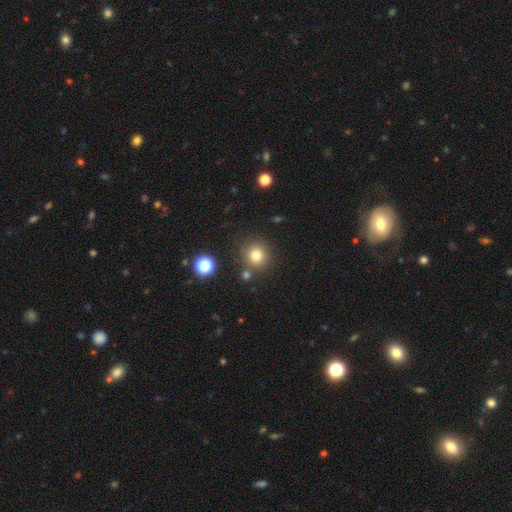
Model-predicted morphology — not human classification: This is likely a smooth galaxy (78%). How rounded: clearly round (91%). Merging: clearly none (80%).